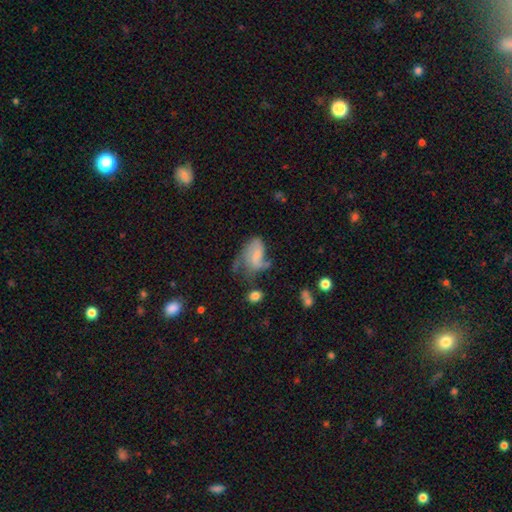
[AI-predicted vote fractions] smooth_or_featured: featured or disk (p=0.55) [alt: smooth p=0.36]
disk_edge_on: no (p=0.97) [alt: yes p=0.03]
bar: no (p=0.48) [alt: weak p=0.41]
has_spiral_arms: yes (p=0.72) [alt: no p=0.28]
bulge_size: small (p=0.48) [alt: none p=0.26]
merging: major disturbance (p=0.40) [alt: minor disturbance p=0.26]